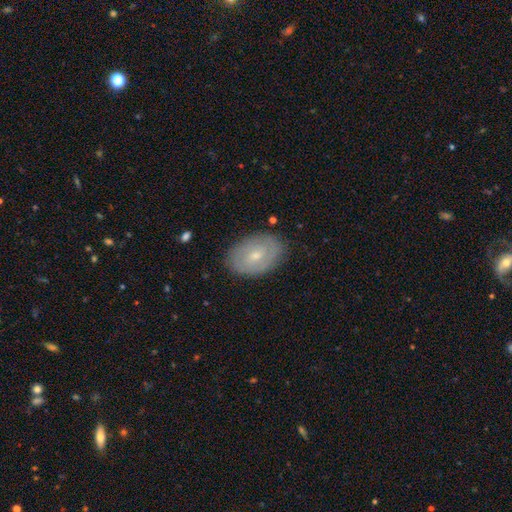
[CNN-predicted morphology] This is possibly a featured or disk galaxy (50%). It is clearly not viewed edge-on (93%). Merging: clearly none (81%).